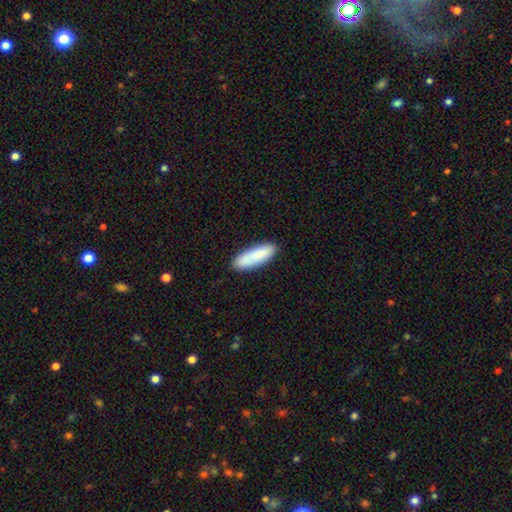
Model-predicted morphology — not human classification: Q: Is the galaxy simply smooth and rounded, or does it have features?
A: smooth — 81%.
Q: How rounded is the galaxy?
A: cigar-shaped — 52%.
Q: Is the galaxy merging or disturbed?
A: none — 82%.